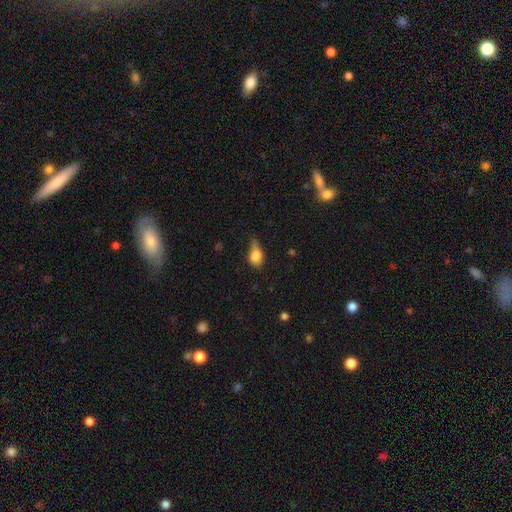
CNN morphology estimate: Smooth or featured?
  - smooth: 75% *
  - featured or disk: 16%
  - star or artifact: 9%
How rounded?
  - in between: 74% *
  - round: 20%
  - cigar-shaped: 6%
Merging?
  - minor disturbance: 43% *
  - none: 32%
  - major disturbance: 21%
  - merger: 4%